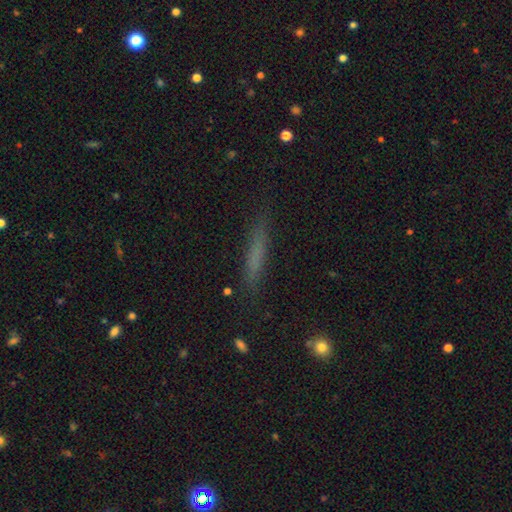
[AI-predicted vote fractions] Smooth or featured? Predicted: smooth (p=0.62). How rounded? Predicted: cigar-shaped (p=0.92). Merging? Predicted: none (p=0.84).